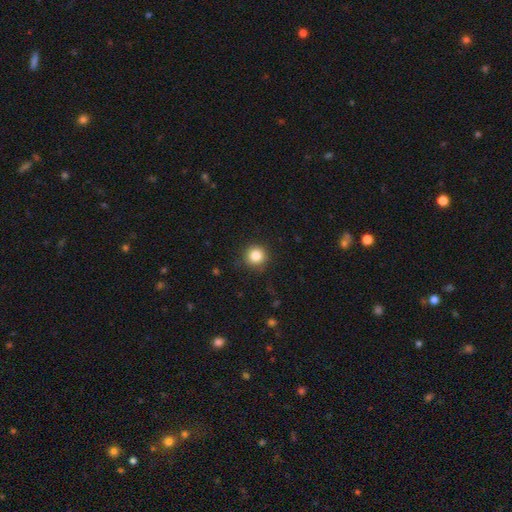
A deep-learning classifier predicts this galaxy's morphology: A smooth galaxy with no disk features (84%) that is round (95%). Merging: none (88%).